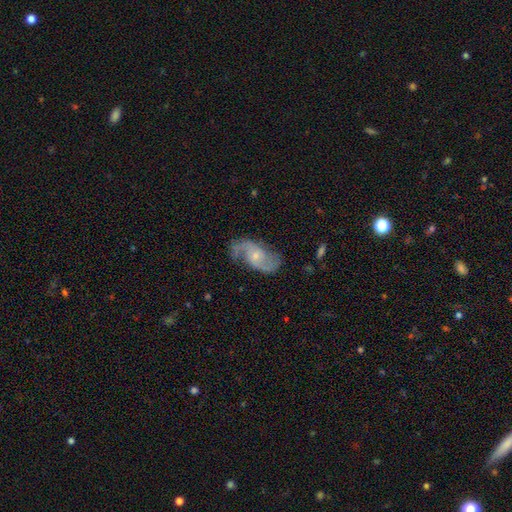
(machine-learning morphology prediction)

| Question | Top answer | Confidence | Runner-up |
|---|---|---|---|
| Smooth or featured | featured or disk | 85% | smooth (9%) |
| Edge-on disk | no | 97% | yes (3%) |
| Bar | no | 57% | weak (36%) |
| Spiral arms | yes | 96% | no (4%) |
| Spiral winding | medium | 45% | loose (41%) |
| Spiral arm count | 2 | 90% | can't tell (4%) |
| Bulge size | small | 66% | moderate (28%) |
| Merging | none | 72% | minor disturbance (18%) |